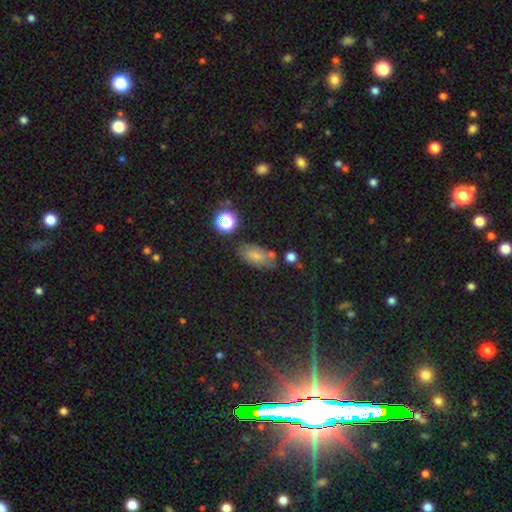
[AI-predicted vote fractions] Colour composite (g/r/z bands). It shows a smooth galaxy with no disk features (73%) that is in between round and cigar-shaped (89%). Merging: none (66%).